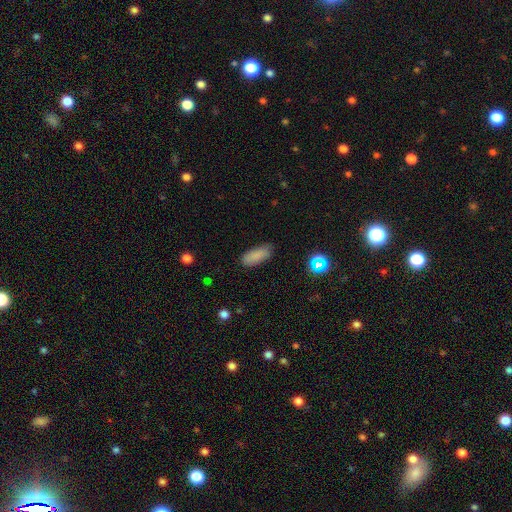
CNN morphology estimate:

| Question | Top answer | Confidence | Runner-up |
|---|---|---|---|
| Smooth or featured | smooth | 84% | star or artifact (9%) |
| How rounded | in between | 79% | cigar-shaped (19%) |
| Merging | none | 77% | minor disturbance (18%) |